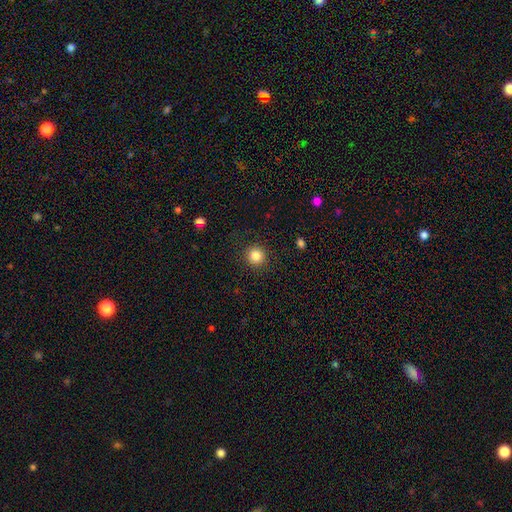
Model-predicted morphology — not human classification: smooth 85%, star or artifact 11%, featured or disk 5%. Down the decision tree: how rounded — round (94%); merging — none (91%).